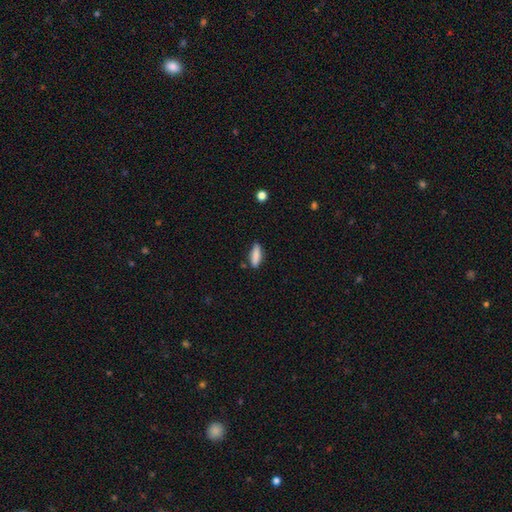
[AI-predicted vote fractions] smooth 86%, featured or disk 7%, star or artifact 7%. Down the decision tree: how rounded — cigar-shaped (50%); merging — none (82%).